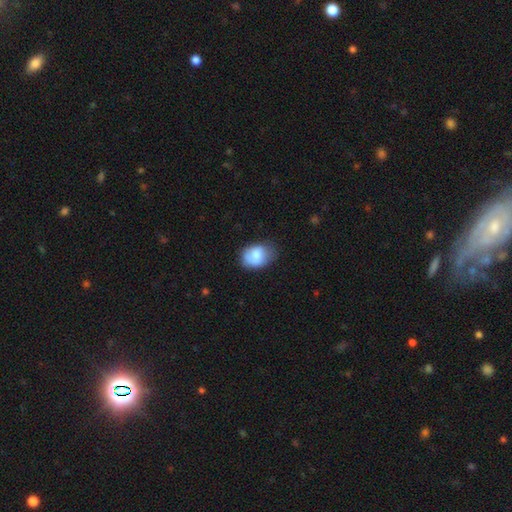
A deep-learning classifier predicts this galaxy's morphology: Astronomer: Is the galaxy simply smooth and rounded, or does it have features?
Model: smooth — 70%.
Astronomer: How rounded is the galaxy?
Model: in between — 72%.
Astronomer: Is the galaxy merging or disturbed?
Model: none — 57%.